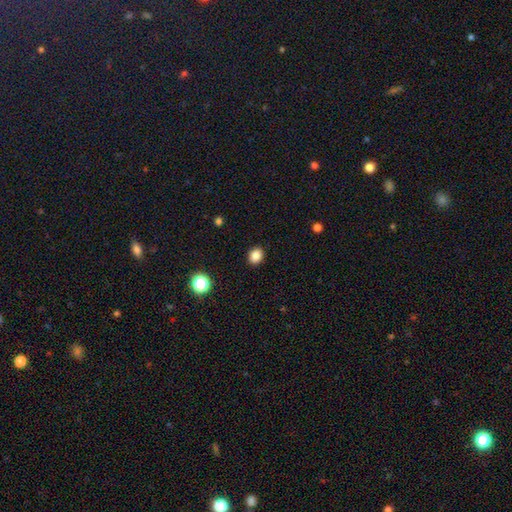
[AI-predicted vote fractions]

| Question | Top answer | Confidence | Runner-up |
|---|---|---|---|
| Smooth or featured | smooth | 85% | star or artifact (11%) |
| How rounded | round | 57% | in between (42%) |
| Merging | none | 91% | minor disturbance (6%) |